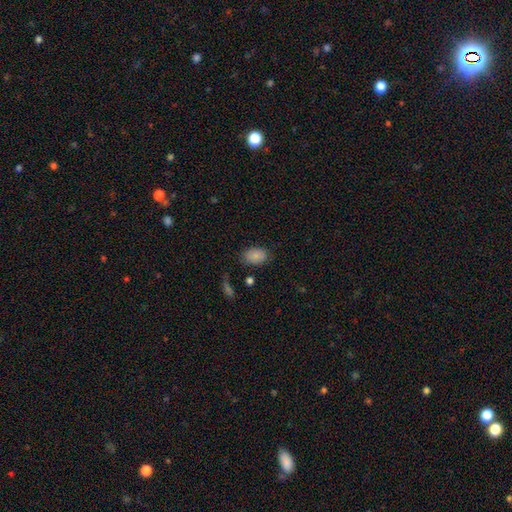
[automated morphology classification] A smooth galaxy with no disk features (85%) that is in between round and cigar-shaped (86%). Merging: none (76%).